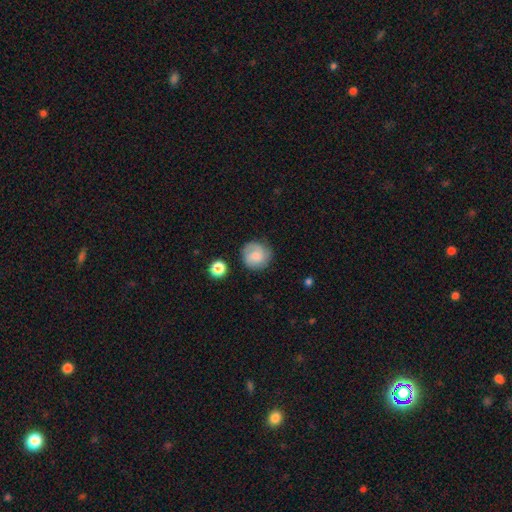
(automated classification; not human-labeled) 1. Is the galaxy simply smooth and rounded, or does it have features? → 66% smooth, 26% featured or disk, 8% star or artifact.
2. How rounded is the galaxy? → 91% round, 8% in between, 1% cigar-shaped.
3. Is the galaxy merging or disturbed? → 78% none, 15% minor disturbance, 4% major disturbance, 2% merger.